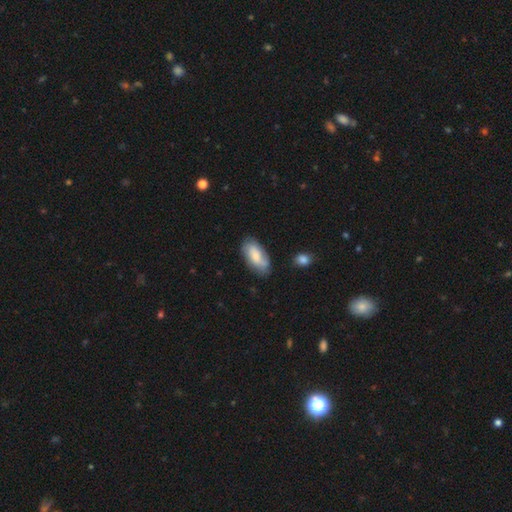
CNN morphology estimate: Smooth or featured? Predicted: smooth (p=0.68). How rounded? Predicted: in between (p=0.91). Merging? Predicted: none (p=0.70).